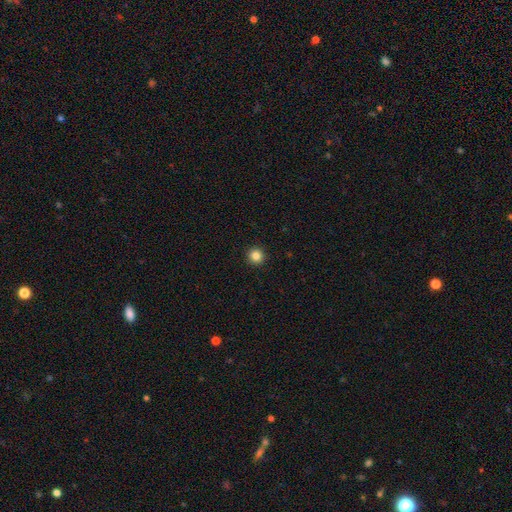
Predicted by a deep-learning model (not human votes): This is clearly a smooth galaxy (84%). How rounded: clearly round (96%). Merging: clearly none (94%).